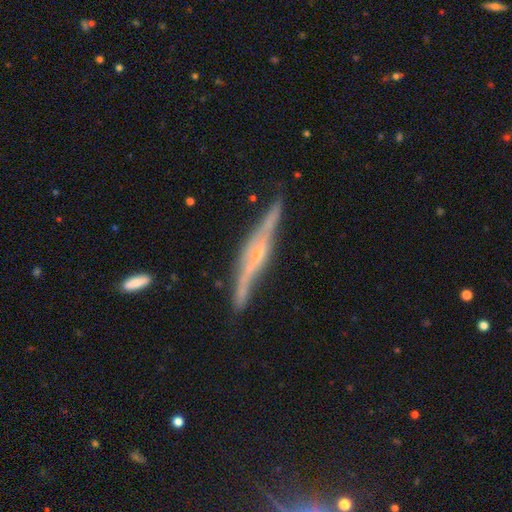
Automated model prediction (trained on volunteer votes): Smooth or featured?
  - featured or disk: 82% *
  - smooth: 12%
  - star or artifact: 6%
Edge-on disk?
  - yes: 92% *
  - no: 8%
Edge-on bulge?
  - rounded: 59% *
  - none: 22%
  - boxy: 19%
Merging?
  - none: 76% *
  - minor disturbance: 18%
  - major disturbance: 4%
  - merger: 2%